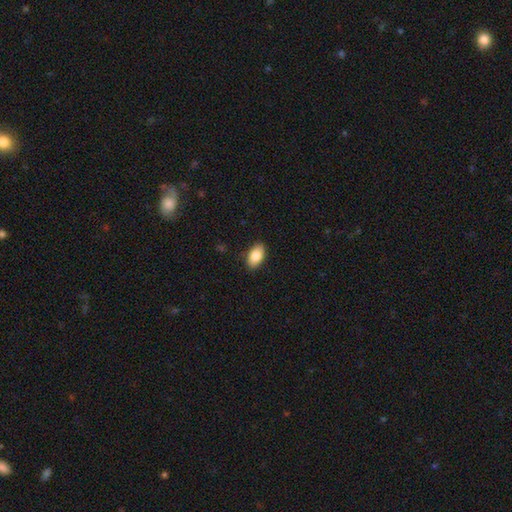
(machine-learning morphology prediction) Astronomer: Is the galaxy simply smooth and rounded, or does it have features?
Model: smooth — 85%.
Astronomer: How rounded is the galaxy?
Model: in between — 92%.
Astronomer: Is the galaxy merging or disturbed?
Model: none — 88%.